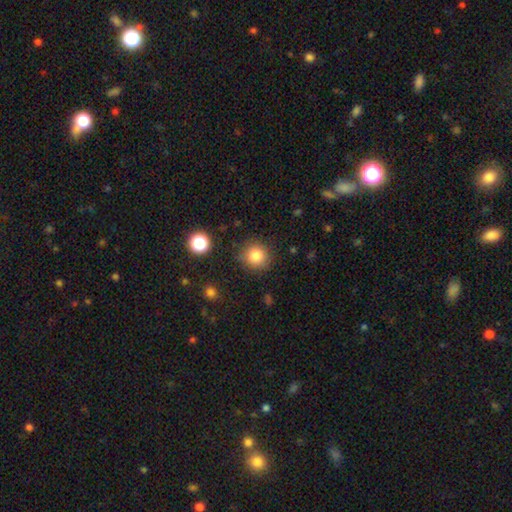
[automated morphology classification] smooth_or_featured: smooth (p=0.83) [alt: star or artifact p=0.11]
how_rounded: round (p=0.91) [alt: in between p=0.08]
merging: none (p=0.85) [alt: minor disturbance p=0.10]